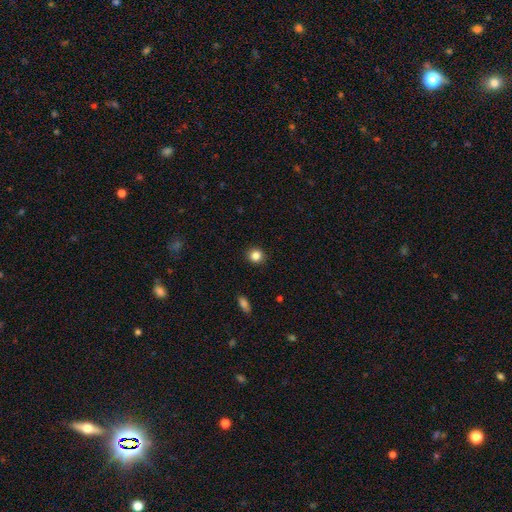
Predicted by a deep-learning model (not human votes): Smooth or featured? Predicted: smooth (p=0.85). How rounded? Predicted: round (p=0.90). Merging? Predicted: none (p=0.92).